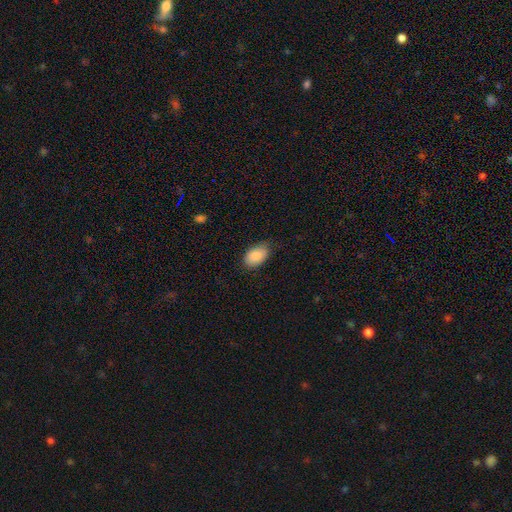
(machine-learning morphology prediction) smooth_or_featured: smooth (p=0.86) [alt: featured or disk p=0.08]
how_rounded: in between (p=0.91) [alt: round p=0.08]
merging: none (p=0.75) [alt: minor disturbance p=0.21]